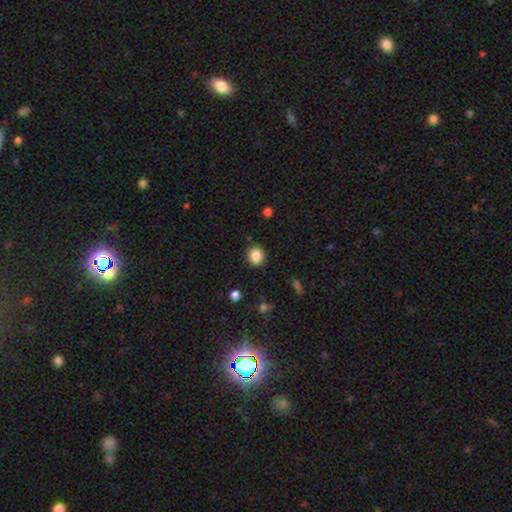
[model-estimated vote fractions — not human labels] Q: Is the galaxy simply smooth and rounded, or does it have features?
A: smooth — 85%.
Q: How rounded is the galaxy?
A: round — 86%.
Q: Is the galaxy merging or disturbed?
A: none — 90%.